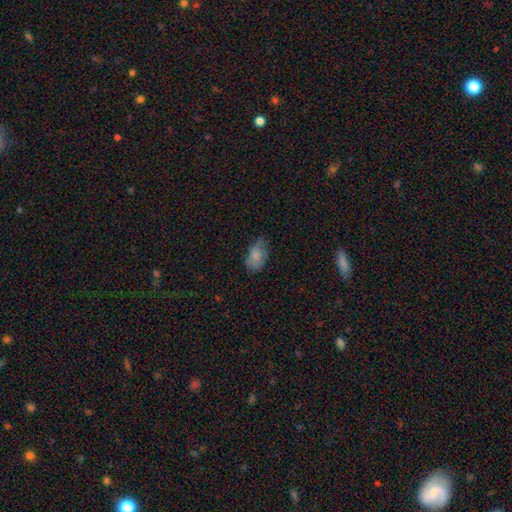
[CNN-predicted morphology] Smooth or featured?
  - smooth: 77% *
  - featured or disk: 14%
  - star or artifact: 9%
How rounded?
  - in between: 90% *
  - round: 8%
  - cigar-shaped: 2%
Merging?
  - none: 51% *
  - minor disturbance: 35%
  - major disturbance: 12%
  - merger: 2%